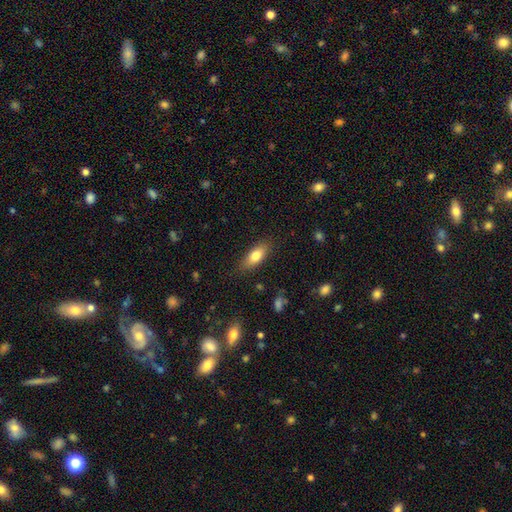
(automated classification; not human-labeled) smooth-or-featured: smooth: 77% | featured or disk: 16% | star or artifact: 7%
  how-rounded: in between: 77% | cigar-shaped: 20% | round: 3%
  merging: none: 82% | minor disturbance: 13% | major disturbance: 3% | merger: 1%